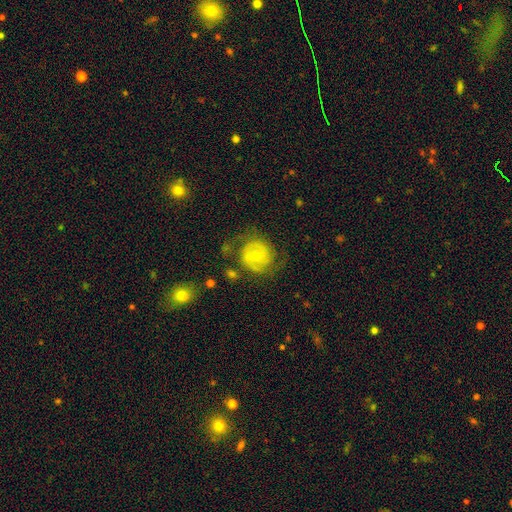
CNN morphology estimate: type=featured or disk (68%); edge-on=no (97%); bar=weak (43%); spiral arms=yes (77%); winding=tight (41%, tied with medium); arm count=2 (73%); bulge=moderate (50%); merging=none (60%).